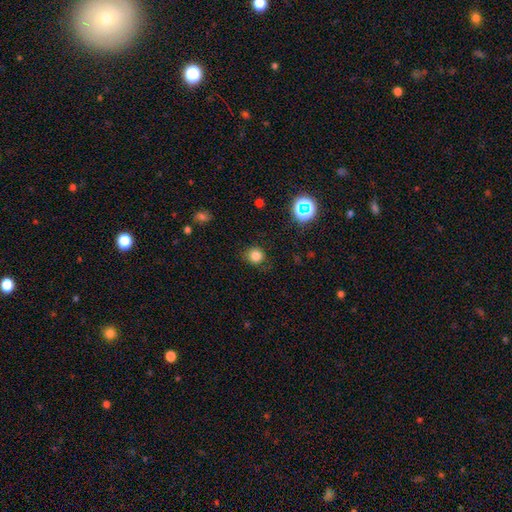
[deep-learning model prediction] smooth 80%, star or artifact 15%, featured or disk 5%. Down the decision tree: how rounded — round (87%); merging — none (81%).